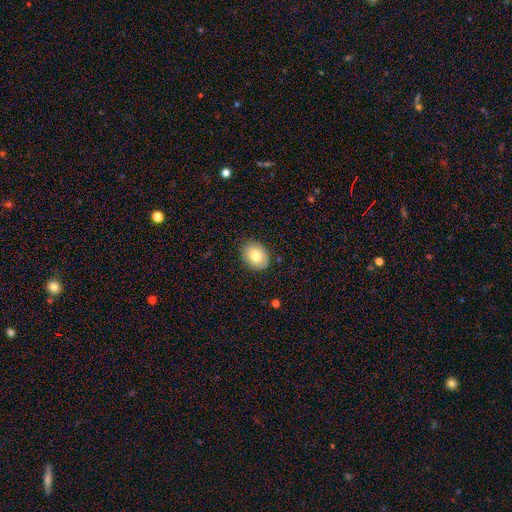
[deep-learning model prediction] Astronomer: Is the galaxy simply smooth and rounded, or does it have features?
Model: smooth — 80%.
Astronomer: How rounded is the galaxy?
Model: in between — 69%.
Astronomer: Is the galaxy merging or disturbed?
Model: none — 86%.